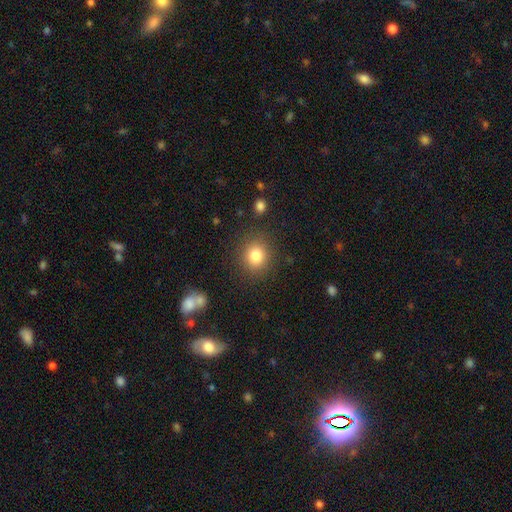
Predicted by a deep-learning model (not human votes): smooth 82%, star or artifact 11%, featured or disk 7%. Down the decision tree: how rounded — round (81%); merging — none (86%).